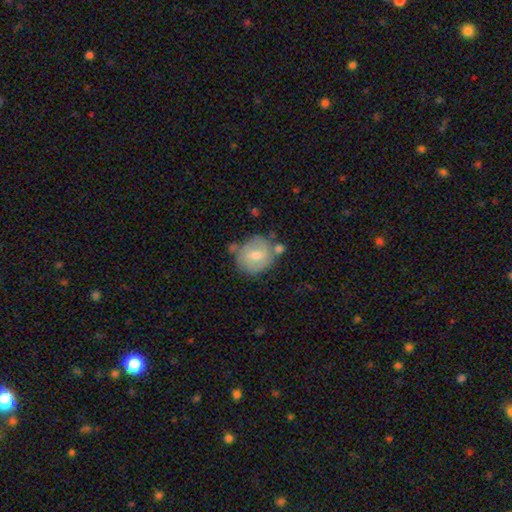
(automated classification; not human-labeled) A smooth galaxy with no disk features (52%) that is round (73%).

Vote fractions:
- Smooth or featured? smooth: 52% / featured or disk: 42% / star or artifact: 6%
- How rounded? round: 73% / in between: 26% / cigar-shaped: 1%
- Merging? none: 56% / minor disturbance: 20% / merger: 16% / major disturbance: 7%